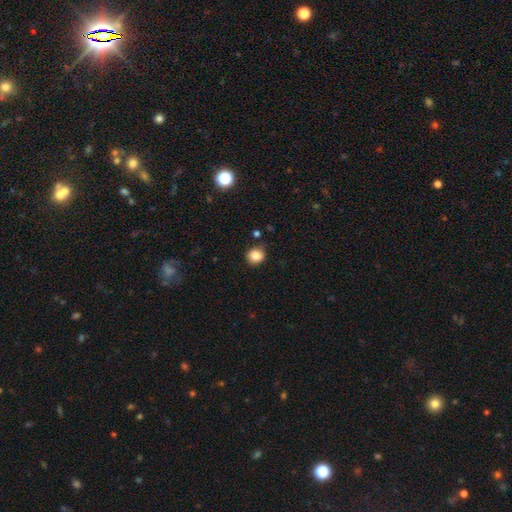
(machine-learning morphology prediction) Q: Smooth or featured?
A: smooth (86%); runner-up: star or artifact (10%)
Q: How rounded?
A: round (83%); runner-up: in between (16%)
Q: Merging?
A: none (80%); runner-up: minor disturbance (14%)